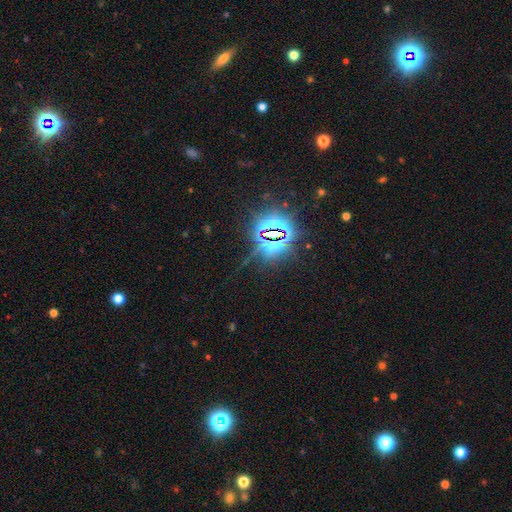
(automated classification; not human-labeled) This appears to be a star or artifact, not a galaxy (83%).